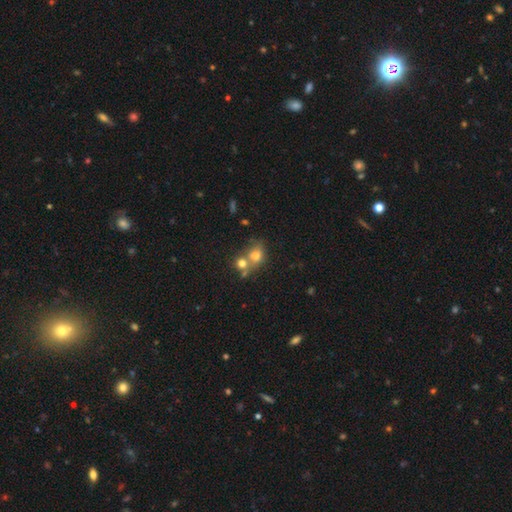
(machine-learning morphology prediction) This is likely a smooth galaxy (71%). How rounded: likely round (62%). Merging: possibly merger (52%).